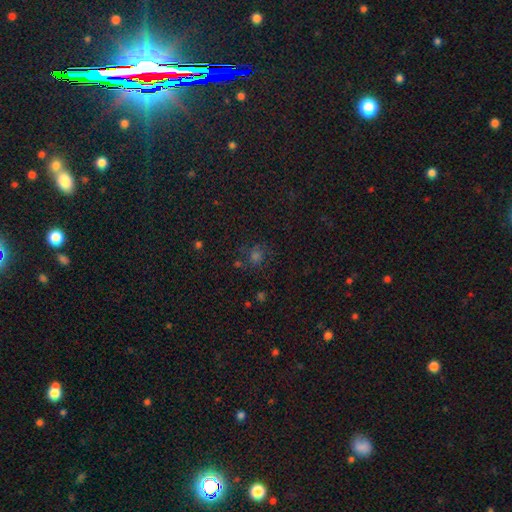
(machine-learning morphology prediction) This appears to be a smooth galaxy with no disk features (49%). Merging: none (69%).